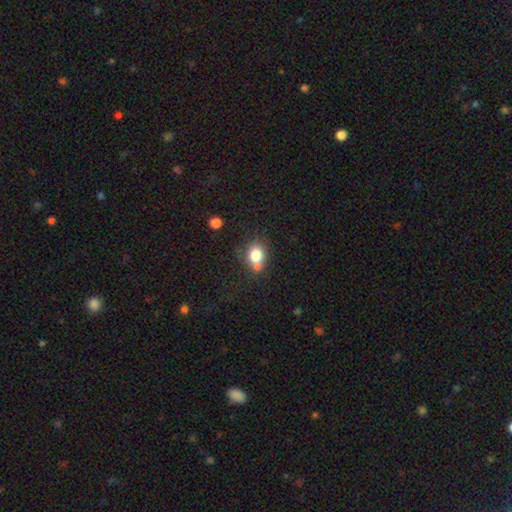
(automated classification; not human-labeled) Smooth or featured? smooth (78%)
How rounded? round (56%)
Merging? none (51%)